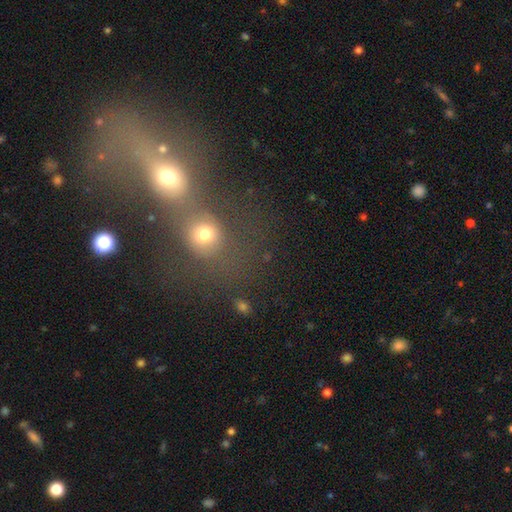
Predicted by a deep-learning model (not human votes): This appears to be a smooth galaxy with no disk features (47%). Merging: merger (80%).